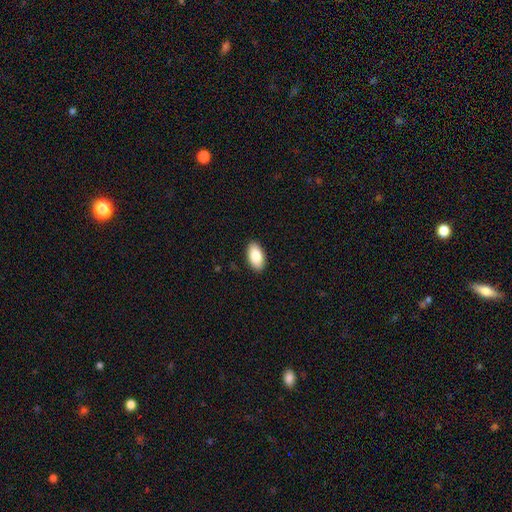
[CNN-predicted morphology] Smooth or featured?
  - smooth: 85% *
  - featured or disk: 8%
  - star or artifact: 6%
How rounded?
  - in between: 95% *
  - round: 3%
  - cigar-shaped: 2%
Merging?
  - none: 90% *
  - minor disturbance: 7%
  - major disturbance: 2%
  - merger: 1%